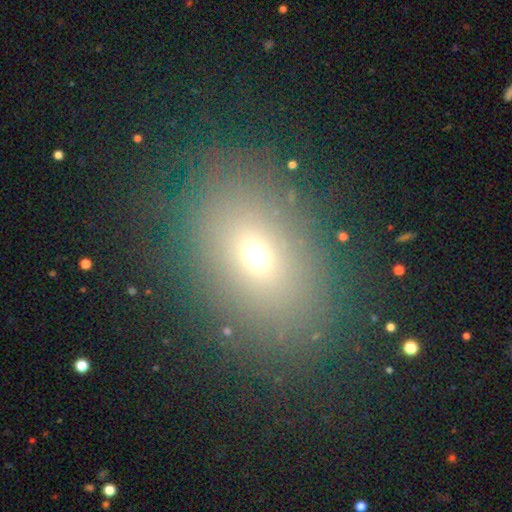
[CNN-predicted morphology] smooth 63%, star or artifact 22%, featured or disk 15%. Down the decision tree: how rounded — in between (69%); merging — none (78%).